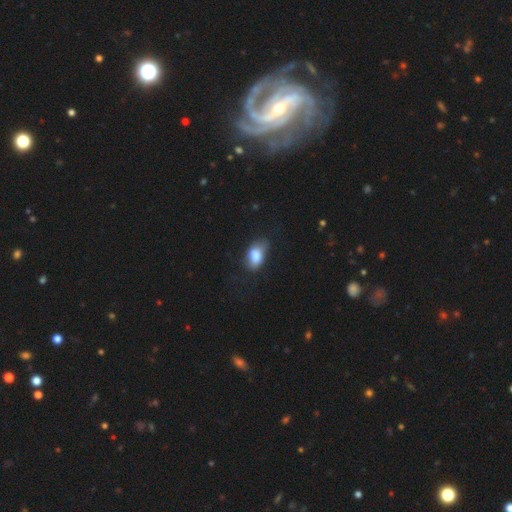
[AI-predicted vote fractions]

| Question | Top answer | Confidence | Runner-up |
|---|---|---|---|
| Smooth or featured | smooth | 79% | featured or disk (13%) |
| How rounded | in between | 89% | round (9%) |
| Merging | none | 53% | minor disturbance (32%) |